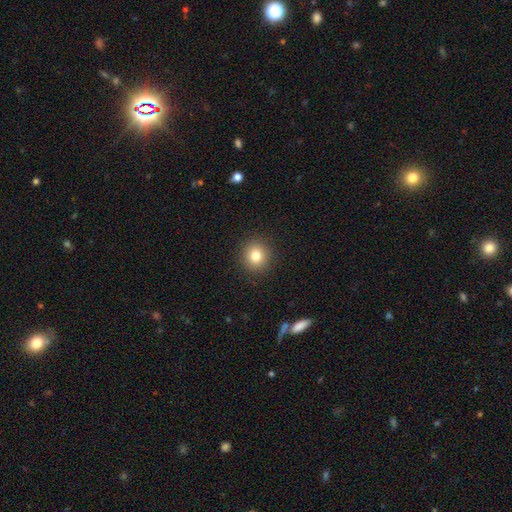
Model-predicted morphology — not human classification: The model was most divided on "smooth or featured": smooth: 81%, star or artifact: 11%, featured or disk: 8%. More confident: merging — none (91%); how rounded — round (88%).